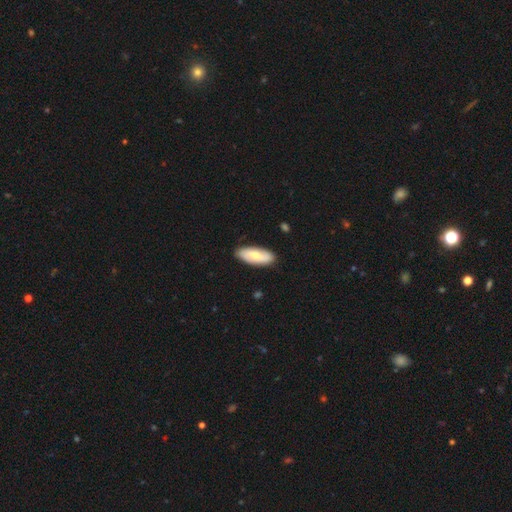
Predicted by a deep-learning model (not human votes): smooth 63%, featured or disk 33%, star or artifact 5%. Down the decision tree: how rounded — in between (80%); merging — none (88%).